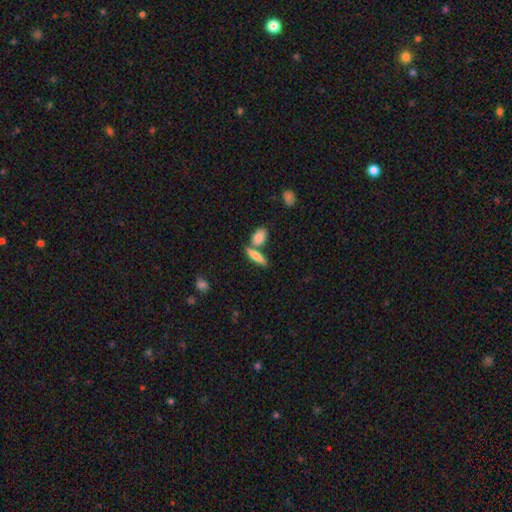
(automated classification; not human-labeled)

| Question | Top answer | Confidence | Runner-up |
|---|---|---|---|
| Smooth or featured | smooth | 72% | featured or disk (21%) |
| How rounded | cigar-shaped | 53% | in between (42%) |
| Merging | none | 59% | merger (28%) |